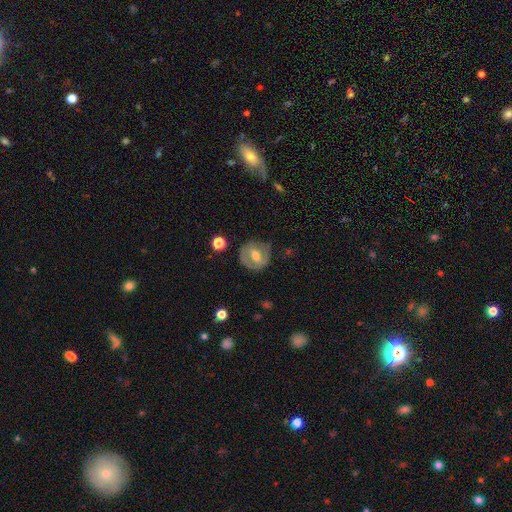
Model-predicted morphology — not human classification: smooth-or-featured: featured or disk: 56% | smooth: 38% | star or artifact: 7%
  disk-edge-on: no: 95% | yes: 5%
    bar: weak: 44% | no: 34% | strong: 22%
    has-spiral-arms: no: 53% | yes: 47%
    bulge-size: moderate: 67% | small: 15% | large: 15% | none: 2% | dominant: 1%
  merging: none: 72% | minor disturbance: 18% | major disturbance: 8% | merger: 2%